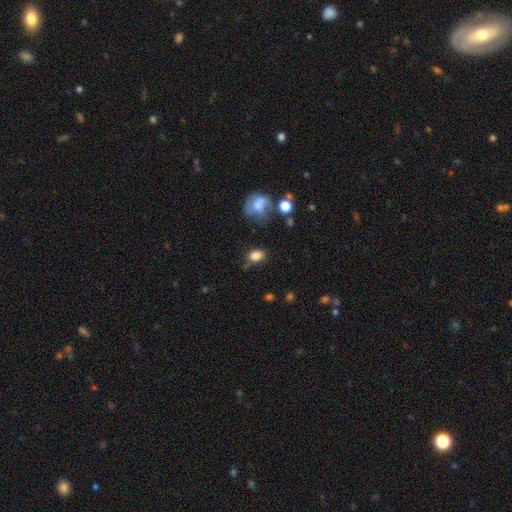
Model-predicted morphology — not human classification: Smooth or featured? Predicted: smooth (p=0.84). How rounded? Predicted: in between (p=0.78). Merging? Predicted: none (p=0.69).